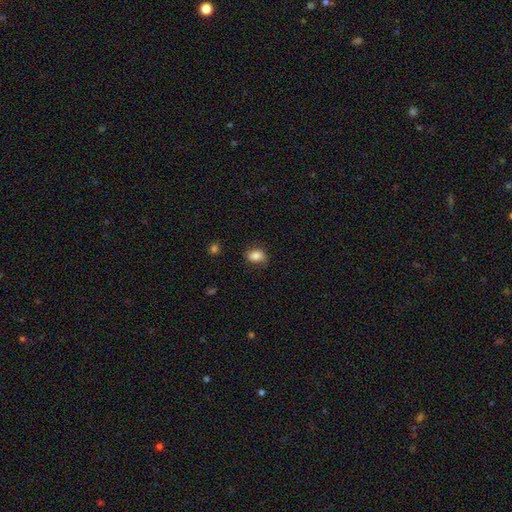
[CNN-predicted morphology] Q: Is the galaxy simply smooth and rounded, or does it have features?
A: smooth — 84%.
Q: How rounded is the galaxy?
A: in between — 74%.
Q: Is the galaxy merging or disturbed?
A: none — 79%.